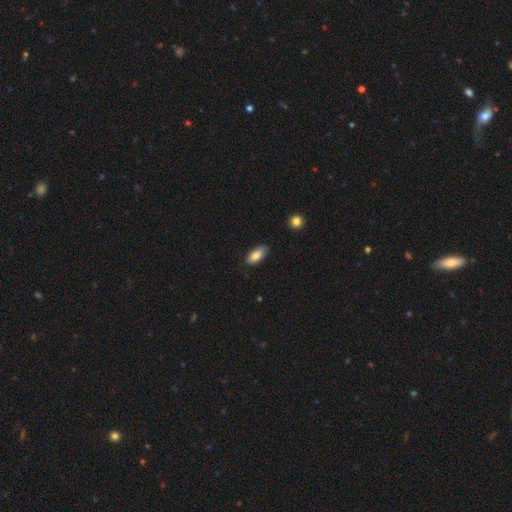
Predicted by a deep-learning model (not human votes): Smooth or featured? Predicted: smooth (p=0.83). How rounded? Predicted: in between (p=0.87). Merging? Predicted: none (p=0.80).